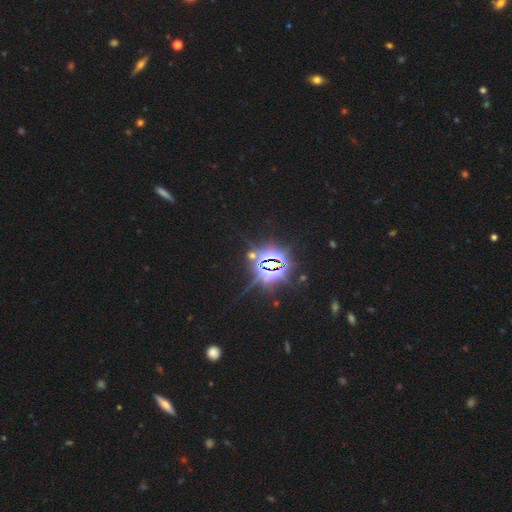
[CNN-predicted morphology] Overall: star or artifact (85%).